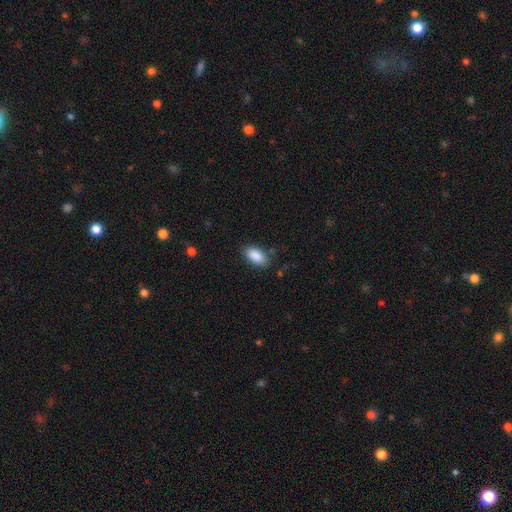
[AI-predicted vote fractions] A smooth galaxy with no disk features (89%) that is in between round and cigar-shaped (94%).

Vote fractions:
- Smooth or featured? smooth: 89% / star or artifact: 7% / featured or disk: 4%
- How rounded? in between: 94% / round: 3% / cigar-shaped: 3%
- Merging? none: 83% / minor disturbance: 12% / major disturbance: 3% / merger: 2%